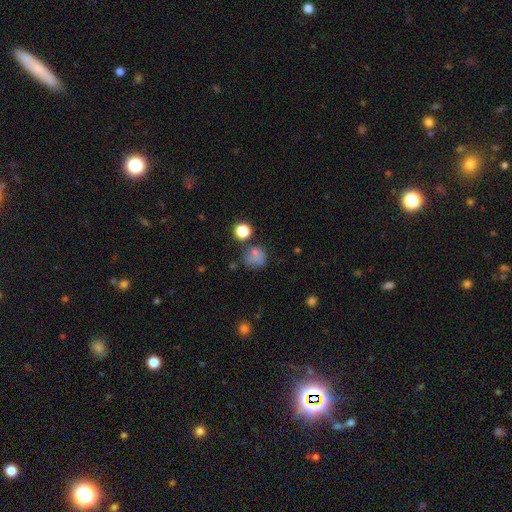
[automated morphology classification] A smooth galaxy with no disk features (72%) that is round (81%).

Vote fractions:
- Smooth or featured? smooth: 72% / star or artifact: 17% / featured or disk: 11%
- How rounded? round: 81% / in between: 18% / cigar-shaped: 1%
- Merging? none: 56% / minor disturbance: 20% / merger: 13% / major disturbance: 11%